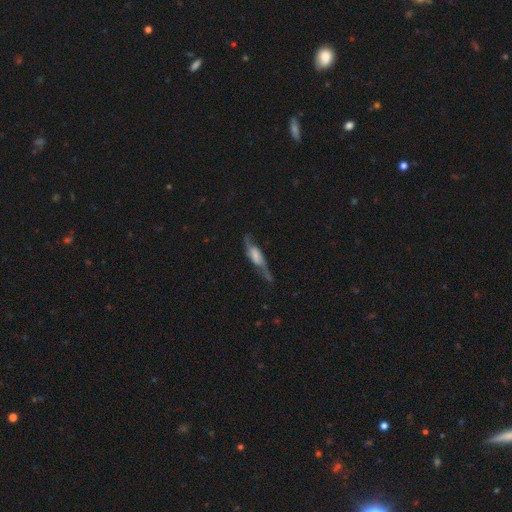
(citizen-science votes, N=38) Smooth or featured? featured or disk (71%)
Edge-on disk? yes (81%)
Edge-on bulge? boxy (91%)
Merging? none (63%)